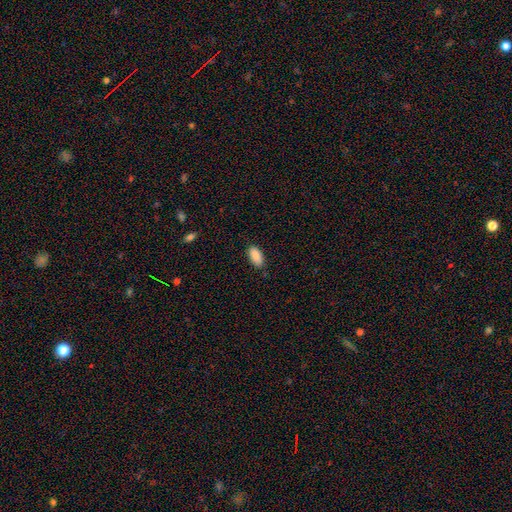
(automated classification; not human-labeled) A smooth galaxy with no disk features (88%) that is in between round and cigar-shaped (93%). Merging: none (86%).